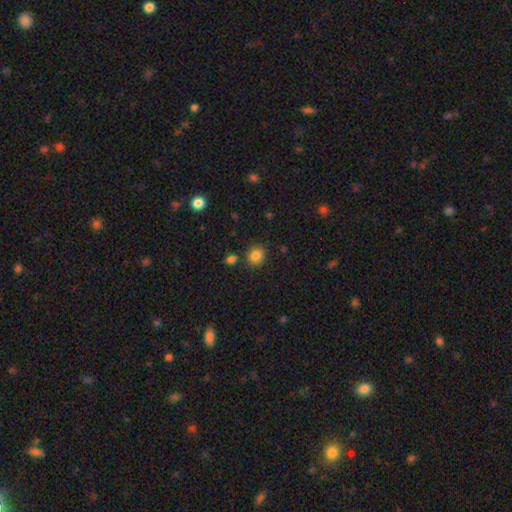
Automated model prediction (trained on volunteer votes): A smooth galaxy with no disk features (84%) that is round (78%).

Vote fractions:
- Smooth or featured? smooth: 84% / star or artifact: 11% / featured or disk: 5%
- How rounded? round: 78% / in between: 21% / cigar-shaped: 1%
- Merging? none: 83% / minor disturbance: 9% / merger: 5% / major disturbance: 3%